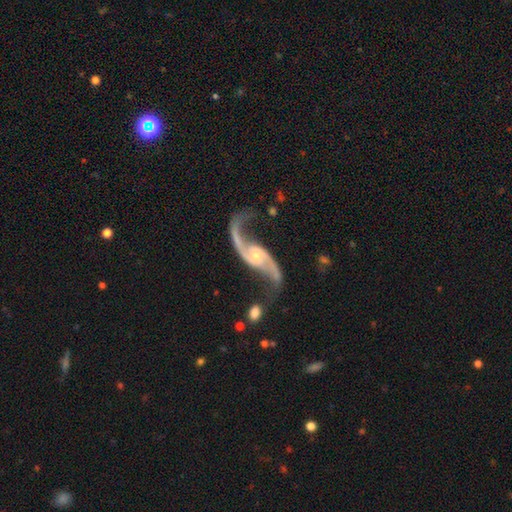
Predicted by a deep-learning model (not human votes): smooth-or-featured: featured or disk: 92% | star or artifact: 4% | smooth: 3%
  disk-edge-on: no: 97% | yes: 3%
    bar: no: 54% | weak: 34% | strong: 13%
    has-spiral-arms: yes: 97% | no: 3%
      spiral-winding: loose: 81% | medium: 15% | tight: 4%
      spiral-arm-count: 2: 94% | 1: 2% | can't tell: 1% | 3: 1% | 4: 1% | more than 4: 1%
    bulge-size: small: 68% | moderate: 23% | none: 6% | large: 2% | dominant: 1%
  merging: none: 66% | minor disturbance: 16% | major disturbance: 13% | merger: 6%